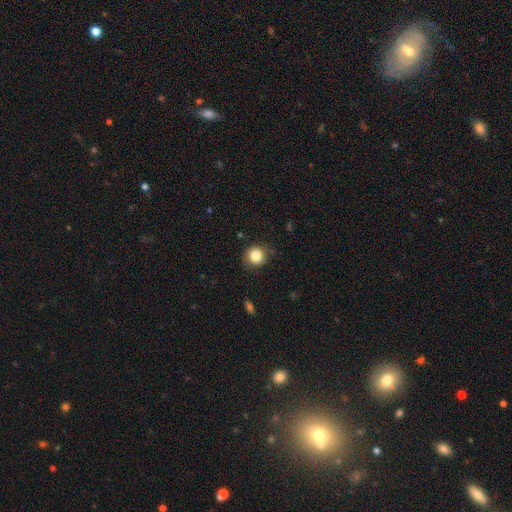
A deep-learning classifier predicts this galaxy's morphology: Overall: smooth (84%). How rounded: round (87%). Merging: none (83%).